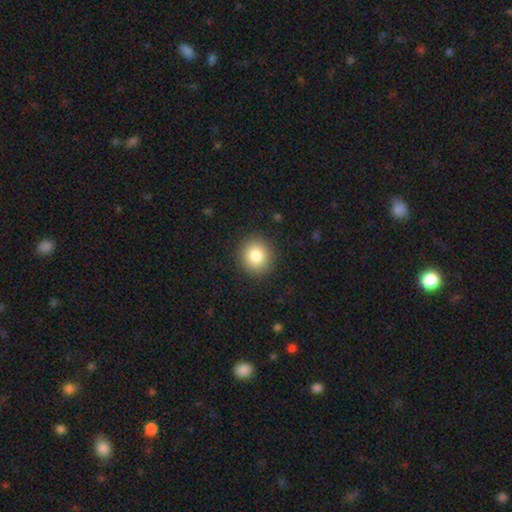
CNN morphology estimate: type=smooth (84%); roundness=round (88%); merging=none (90%).